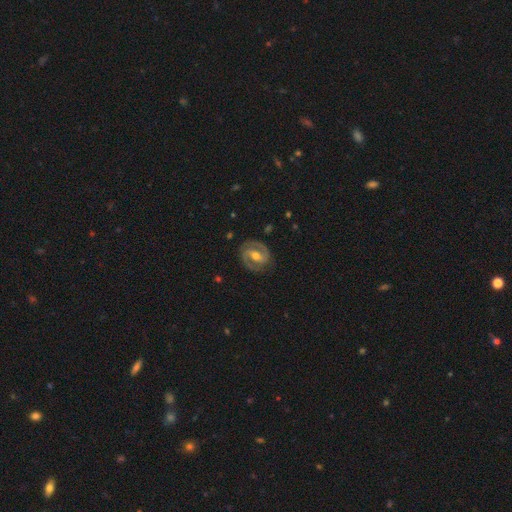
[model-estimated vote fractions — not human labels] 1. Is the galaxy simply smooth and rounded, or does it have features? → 88% featured or disk, 8% smooth, 4% star or artifact.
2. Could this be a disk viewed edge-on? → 98% no, 2% yes.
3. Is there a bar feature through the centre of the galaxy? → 41% strong (tied), 41% weak (tied), 18% no.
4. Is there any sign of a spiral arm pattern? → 95% yes, 5% no.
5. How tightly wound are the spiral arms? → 51% medium, 39% tight, 10% loose.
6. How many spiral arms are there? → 92% 2, 3% can't tell, 2% 1, 1% 3, 1% 4, 1% more than 4.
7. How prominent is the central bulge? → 70% moderate, 24% small, 5% large, 1% none, 1% dominant.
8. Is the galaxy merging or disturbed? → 86% none, 10% minor disturbance, 3% major disturbance, 1% merger.